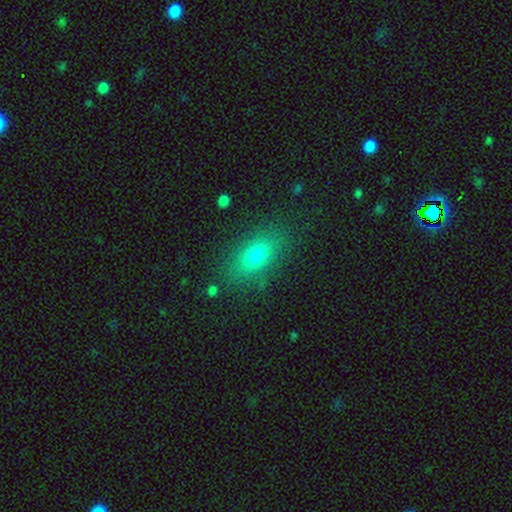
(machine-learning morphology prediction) This is likely a smooth galaxy (76%). How rounded: likely in between (79%). Merging: clearly none (83%).